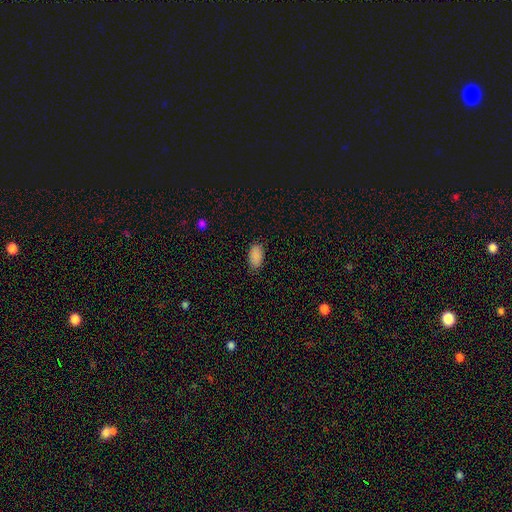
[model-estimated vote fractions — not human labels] Smooth or featured? Predicted: smooth (p=0.89). How rounded? Predicted: in between (p=0.94). Merging? Predicted: none (p=0.82).